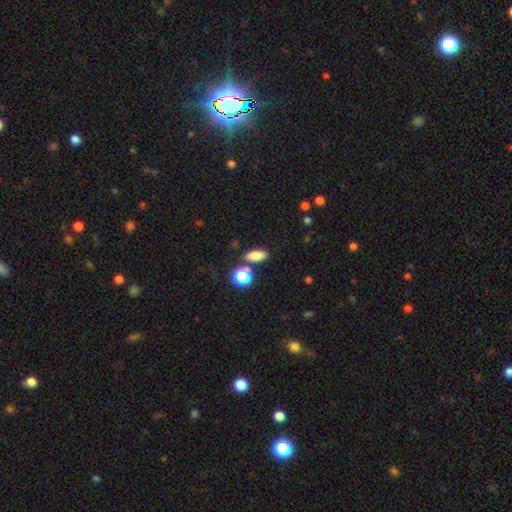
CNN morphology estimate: Smooth or featured: smooth — 80% (star or artifact — 13%)
How rounded: in between — 78% (round — 12%)
Merging: none — 74% (merger — 12%)